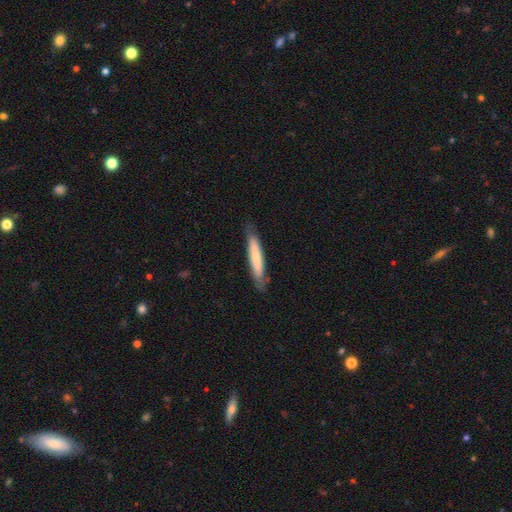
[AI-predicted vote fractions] Smooth or featured?
  - smooth: 65% *
  - featured or disk: 30%
  - star or artifact: 6%
How rounded?
  - cigar-shaped: 89% *
  - in between: 9%
  - round: 1%
Merging?
  - none: 80% *
  - minor disturbance: 16%
  - major disturbance: 3%
  - merger: 1%